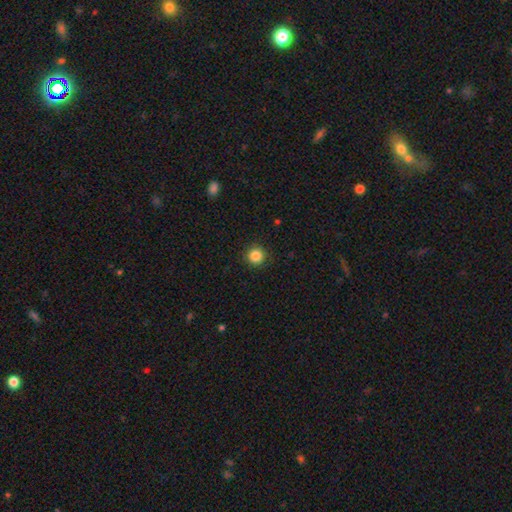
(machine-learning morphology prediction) type=smooth (85%); roundness=round (95%); merging=none (91%).